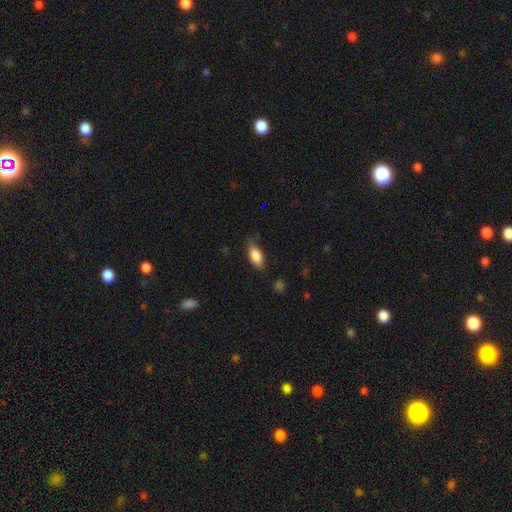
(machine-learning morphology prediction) Smooth or featured: smooth — 84% (featured or disk — 9%)
How rounded: in between — 85% (cigar-shaped — 12%)
Merging: none — 72% (minor disturbance — 22%)